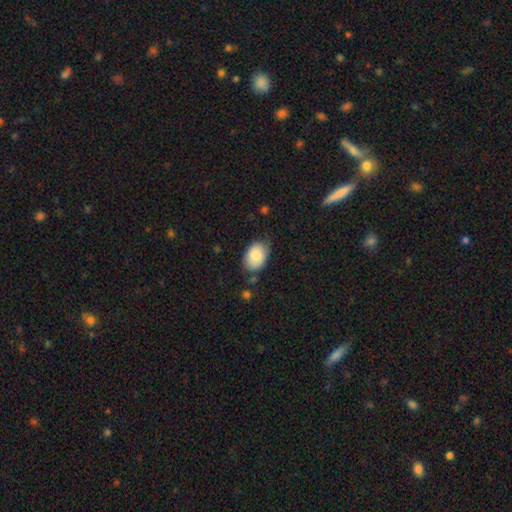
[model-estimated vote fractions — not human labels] A smooth galaxy with no disk features (83%) that is in between round and cigar-shaped (81%). Merging: none (68%).